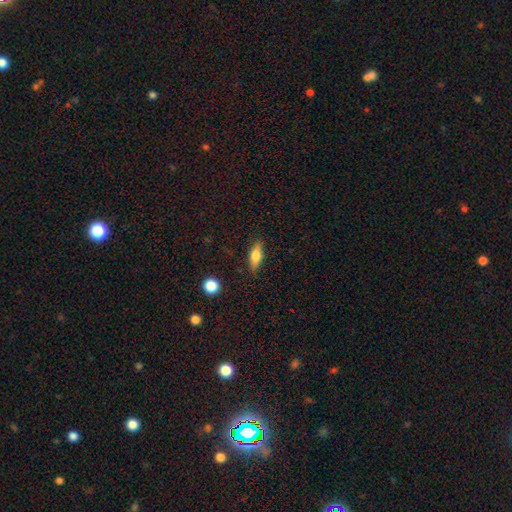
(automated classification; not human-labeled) A smooth galaxy with no disk features (63%) that is in between round and cigar-shaped (58%). Merging: none (84%).